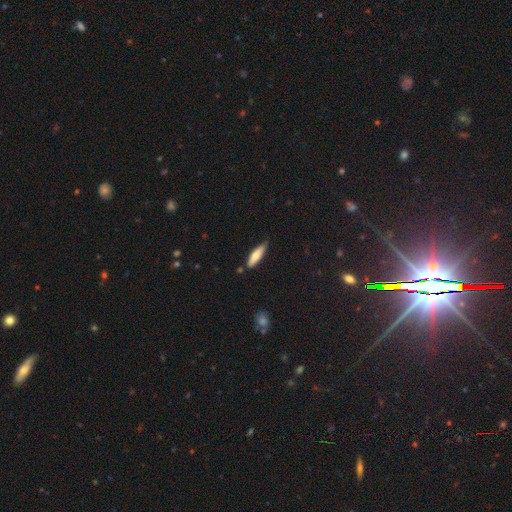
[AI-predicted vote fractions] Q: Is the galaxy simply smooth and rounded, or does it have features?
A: smooth — 71%.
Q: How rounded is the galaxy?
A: cigar-shaped — 66%.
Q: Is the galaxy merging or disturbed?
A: none — 73%.